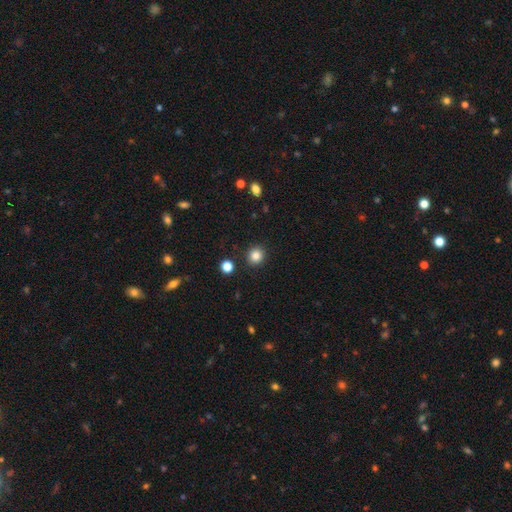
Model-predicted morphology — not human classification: Overall: smooth (85%). How rounded: round (87%). Merging: none (89%).